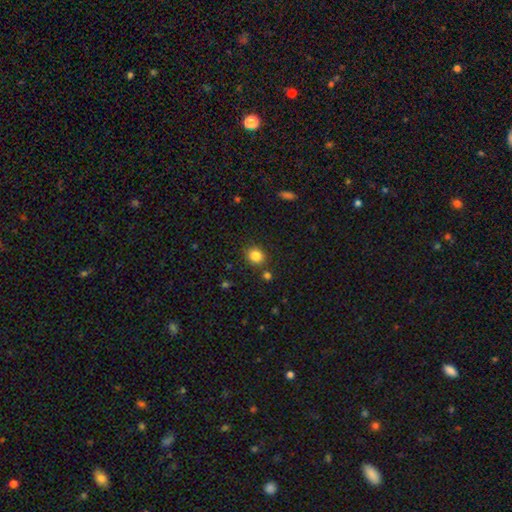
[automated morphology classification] smooth 84%, star or artifact 11%, featured or disk 5%. Down the decision tree: how rounded — round (73%); merging — none (84%).